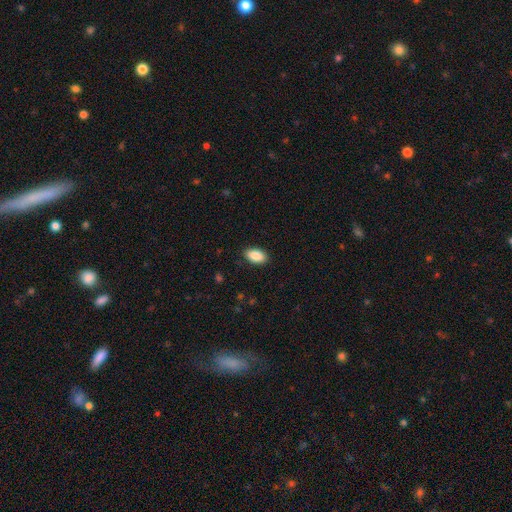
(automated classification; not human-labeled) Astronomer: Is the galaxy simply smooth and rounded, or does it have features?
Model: smooth — 89%.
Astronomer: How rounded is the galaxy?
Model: in between — 94%.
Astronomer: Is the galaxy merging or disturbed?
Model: none — 89%.